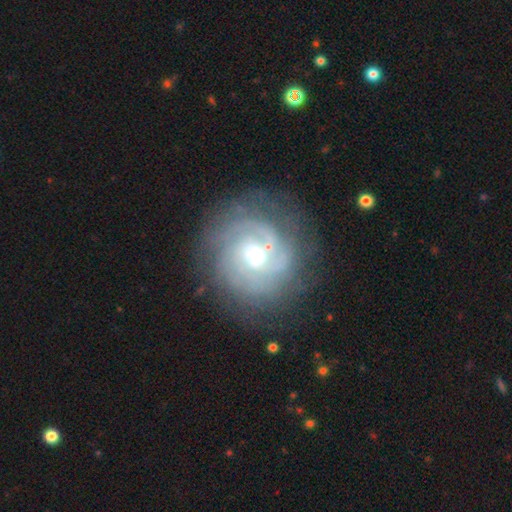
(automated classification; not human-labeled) Overall: featured or disk (82%). Edge-on disk: no (98%). Bar: no (62%; weak 31%). Spiral arms: yes (94%). Spiral arm count: can't tell (34%; 3 22%). Spiral winding: tight (70%). Bulge size: moderate (55%; small 38%). Merging: none (75%).